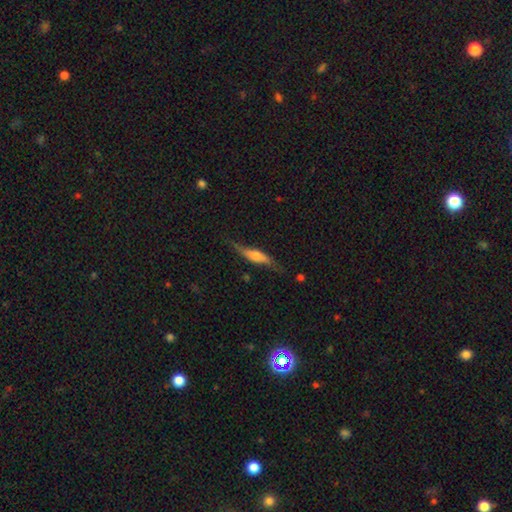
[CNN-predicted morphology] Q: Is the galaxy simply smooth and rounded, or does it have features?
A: featured or disk — 54%.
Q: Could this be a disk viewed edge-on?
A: yes — 71%.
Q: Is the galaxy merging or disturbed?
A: none — 64%.